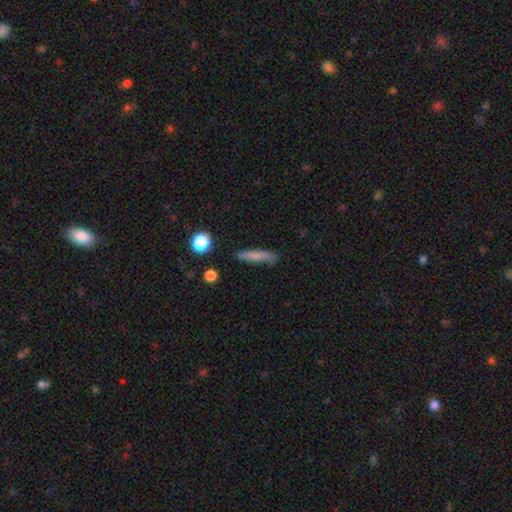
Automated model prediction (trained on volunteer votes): This appears to be a smooth galaxy with no disk features (74%) that is cigar-shaped (88%). Merging: none (79%).